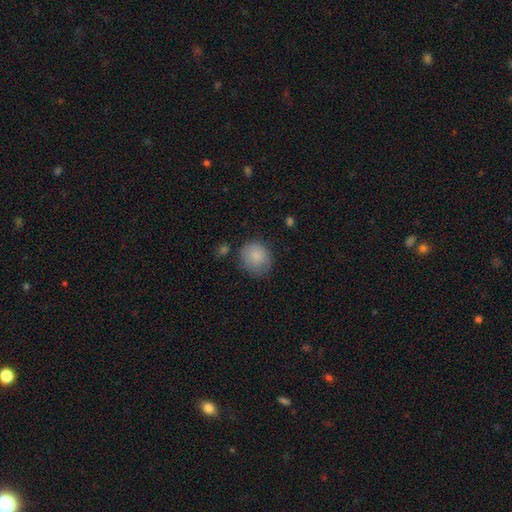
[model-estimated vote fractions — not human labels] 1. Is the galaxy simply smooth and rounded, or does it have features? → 86% smooth, 7% star or artifact, 7% featured or disk.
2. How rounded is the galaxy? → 79% round, 20% in between, 1% cigar-shaped.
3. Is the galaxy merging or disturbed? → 69% none, 22% minor disturbance, 6% major disturbance, 3% merger.